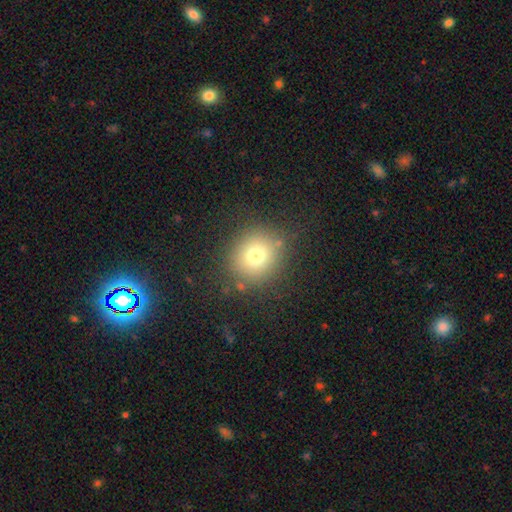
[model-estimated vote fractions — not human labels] This appears to be a smooth galaxy with no disk features (74%) that is round (85%). Merging: none (83%).